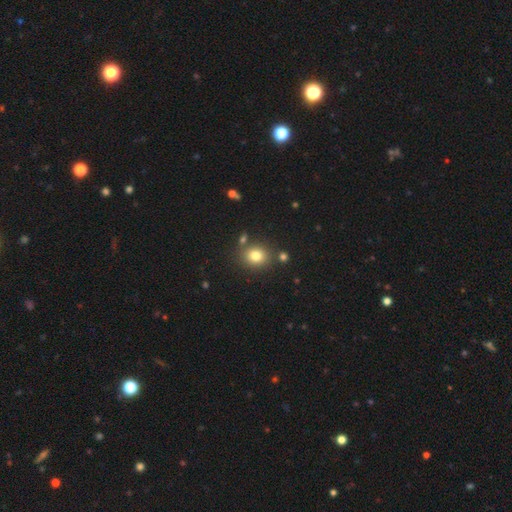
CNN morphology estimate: smooth-or-featured: smooth: 80% | star or artifact: 12% | featured or disk: 8%
  how-rounded: round: 65% | in between: 34% | cigar-shaped: 1%
  merging: none: 78% | minor disturbance: 10% | merger: 9% | major disturbance: 3%